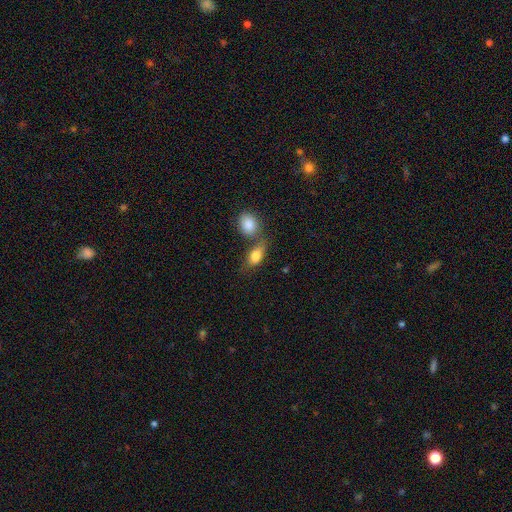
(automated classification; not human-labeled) The model was most divided on "merging": merger: 42%, none: 39%, minor disturbance: 13%, major disturbance: 6%. More confident: smooth or featured — smooth (83%); how rounded — in between (81%).